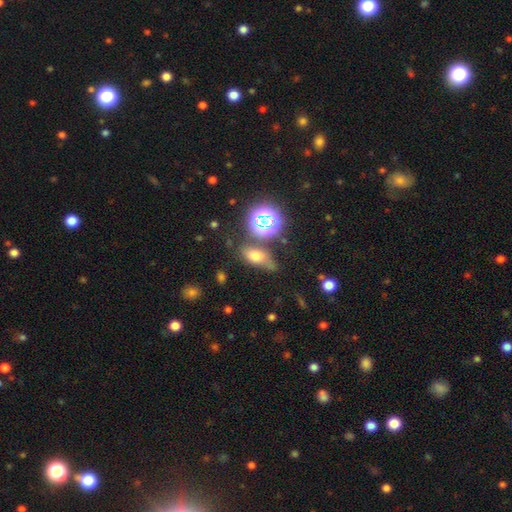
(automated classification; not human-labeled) A smooth galaxy with no disk features (59%) that is in between round and cigar-shaped (73%).

Vote fractions:
- Smooth or featured? smooth: 59% / star or artifact: 25% / featured or disk: 16%
- How rounded? in between: 73% / round: 16% / cigar-shaped: 11%
- Merging? none: 54% / minor disturbance: 23% / merger: 12% / major disturbance: 11%